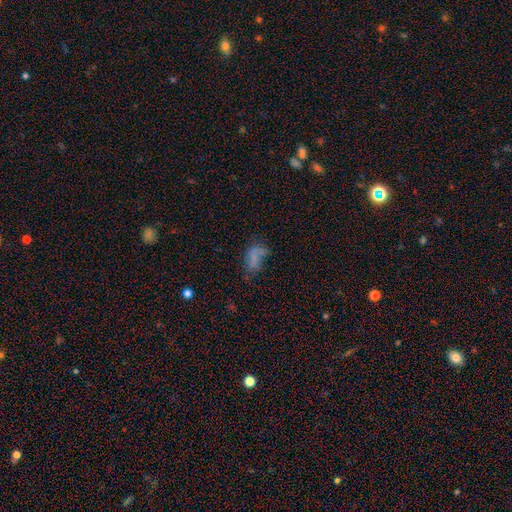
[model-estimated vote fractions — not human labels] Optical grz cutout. It shows a smooth galaxy with no disk features (57%) that is in between round and cigar-shaped (86%). Merging: none (34%).